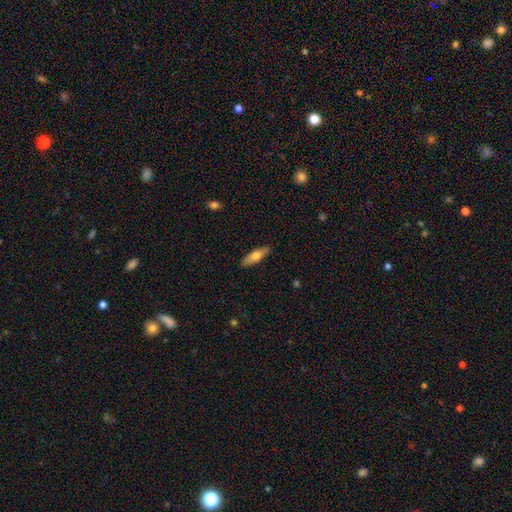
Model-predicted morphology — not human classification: Smooth or featured: smooth — 62% (featured or disk — 32%)
How rounded: cigar-shaped — 56% (in between — 42%)
Merging: none — 89% (minor disturbance — 9%)